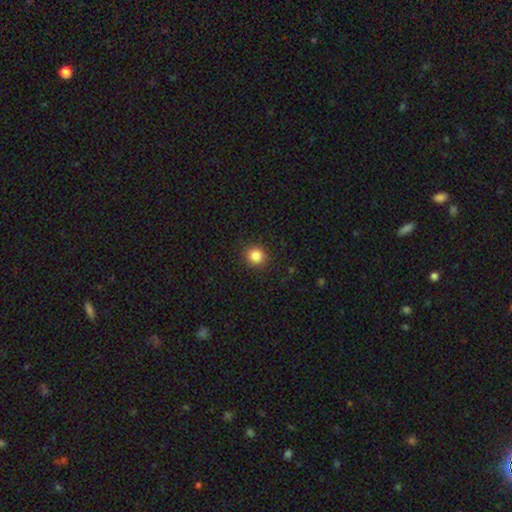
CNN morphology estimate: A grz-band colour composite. It shows a smooth galaxy with no disk features (86%) that is round (90%). Merging: none (91%).